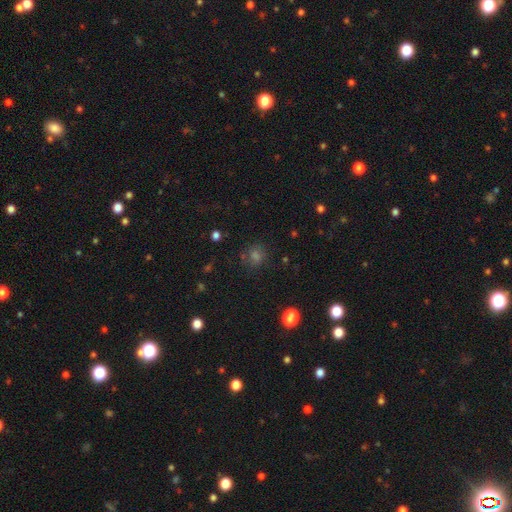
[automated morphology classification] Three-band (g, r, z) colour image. It shows a smooth galaxy with no disk features (56%) that is round (81%). Merging: none (78%).